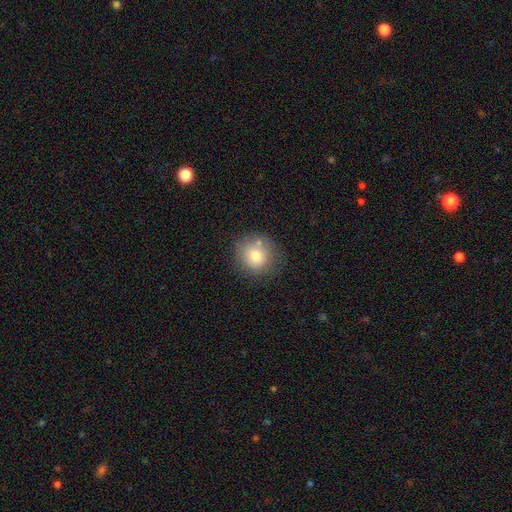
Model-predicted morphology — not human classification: A smooth galaxy with no disk features (76%) that is round (89%).

Vote fractions:
- Smooth or featured? smooth: 76% / featured or disk: 13% / star or artifact: 11%
- How rounded? round: 89% / in between: 11% / cigar-shaped: 1%
- Merging? none: 74% / minor disturbance: 15% / merger: 7% / major disturbance: 4%